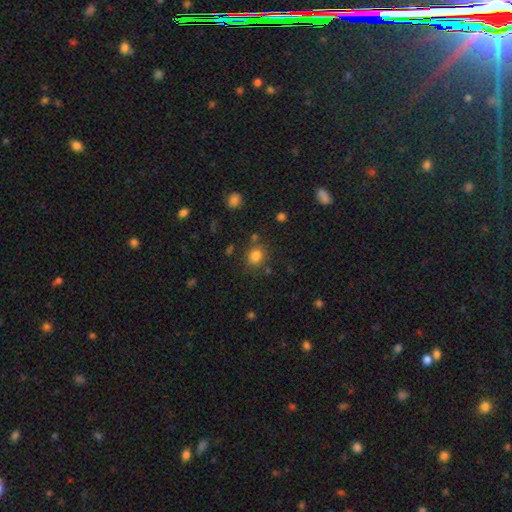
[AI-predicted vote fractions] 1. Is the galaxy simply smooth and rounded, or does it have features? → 82% smooth, 13% star or artifact, 5% featured or disk.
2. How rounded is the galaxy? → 77% round, 22% in between, 1% cigar-shaped.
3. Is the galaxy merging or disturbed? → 79% none, 10% minor disturbance, 7% merger, 4% major disturbance.